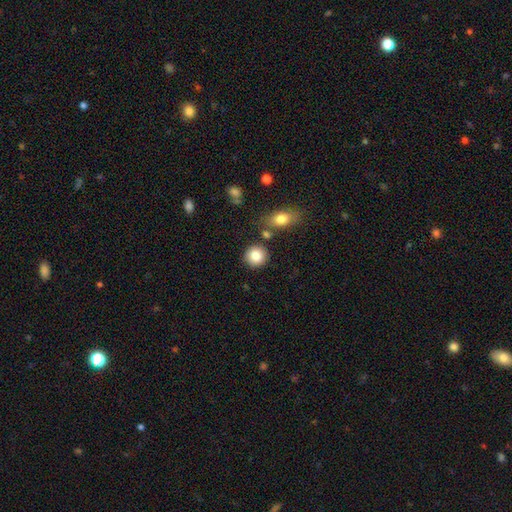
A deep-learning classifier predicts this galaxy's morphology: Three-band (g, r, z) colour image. It shows a smooth galaxy with no disk features (85%) that is round (88%). Merging: none (82%).